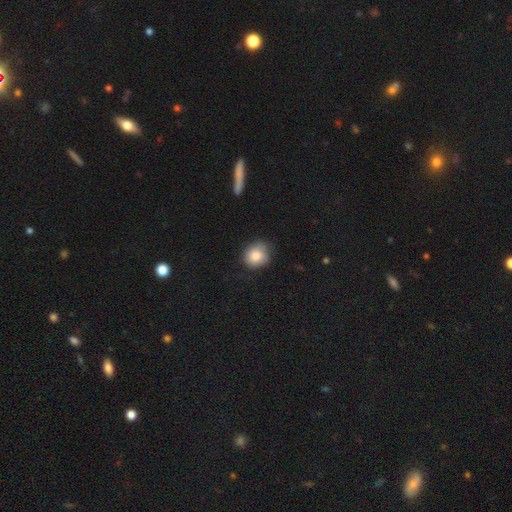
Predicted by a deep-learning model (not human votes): The model was most divided on "merging": none: 68%, minor disturbance: 25%, major disturbance: 6%, merger: 2%. More confident: smooth or featured — smooth (83%); how rounded — round (77%).